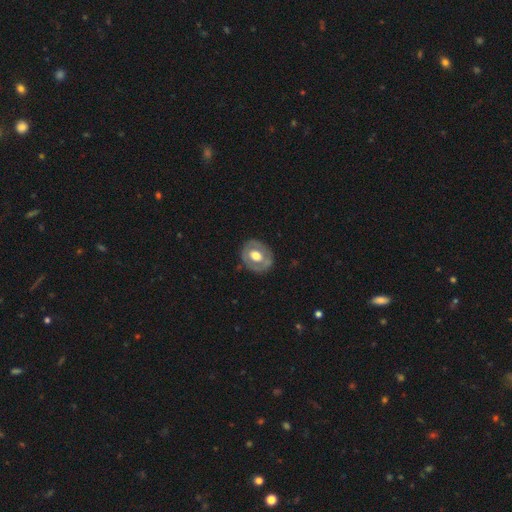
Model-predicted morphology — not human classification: A featured or disk galaxy (52%). Merging: none (79%).